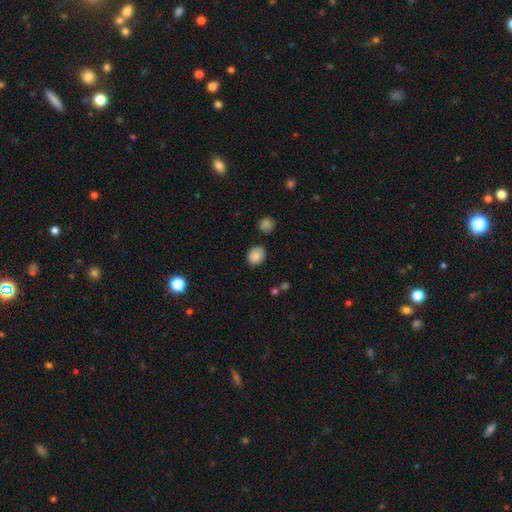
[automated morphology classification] This appears to be a smooth galaxy with no disk features (86%) that is round (62%). Merging: none (82%).